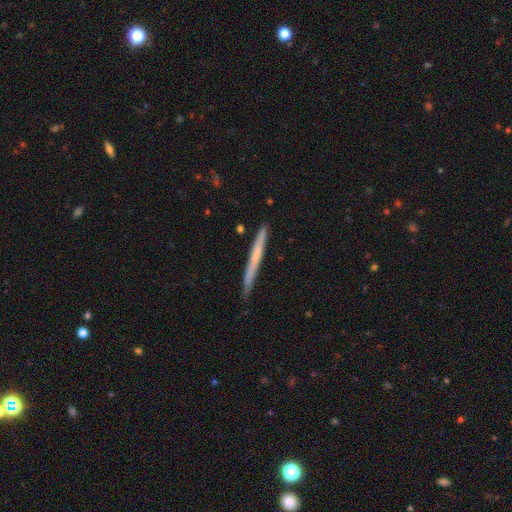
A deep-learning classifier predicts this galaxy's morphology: This appears to be a smooth galaxy with no disk features (47%, tied with featured or disk). Merging: none (85%).